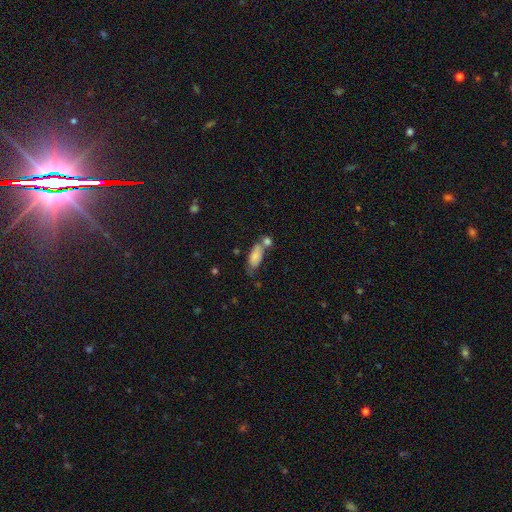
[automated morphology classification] Smooth or featured: smooth — 77% (featured or disk — 15%)
How rounded: in between — 79% (cigar-shaped — 18%)
Merging: none — 39% (merger — 35%)